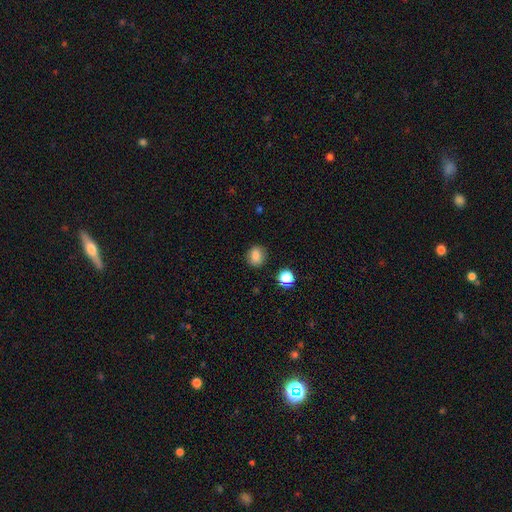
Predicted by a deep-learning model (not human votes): Q: Smooth or featured?
A: smooth (81%); runner-up: star or artifact (12%)
Q: How rounded?
A: round (71%); runner-up: in between (28%)
Q: Merging?
A: none (87%); runner-up: minor disturbance (9%)